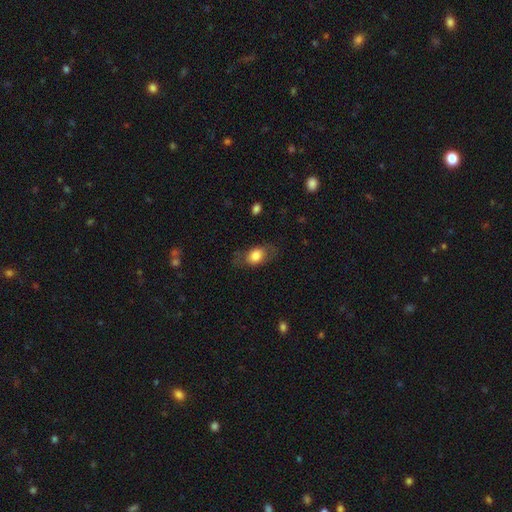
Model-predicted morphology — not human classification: Smooth or featured? smooth (75%)
How rounded? in between (80%)
Merging? none (68%)